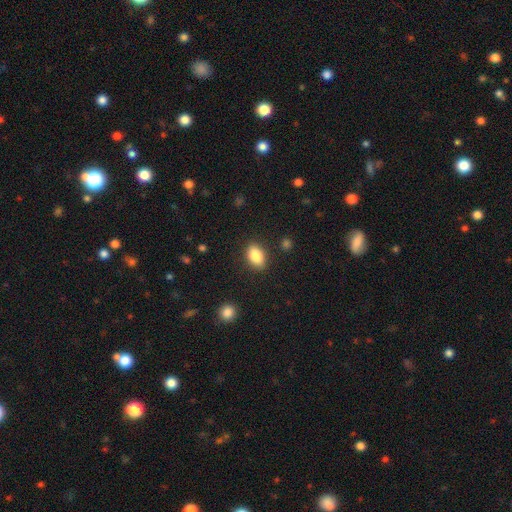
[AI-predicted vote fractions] Smooth or featured? Predicted: smooth (p=0.84). How rounded? Predicted: in between (p=0.86). Merging? Predicted: none (p=0.86).